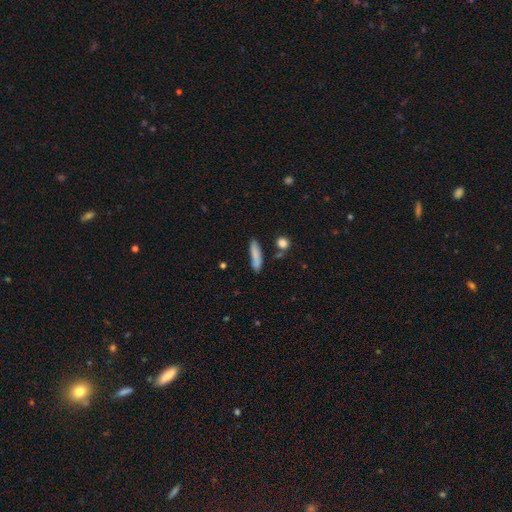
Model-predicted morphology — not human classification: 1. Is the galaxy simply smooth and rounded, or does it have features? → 81% smooth, 12% featured or disk, 7% star or artifact.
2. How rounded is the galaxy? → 77% cigar-shaped, 21% in between, 2% round.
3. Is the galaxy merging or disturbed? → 74% none, 16% minor disturbance, 6% merger, 4% major disturbance.